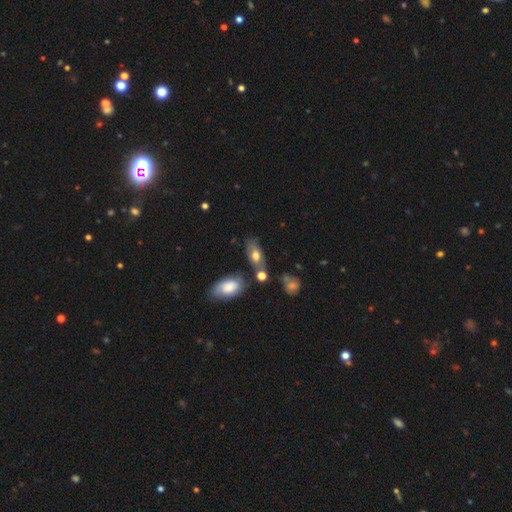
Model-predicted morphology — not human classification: Smooth or featured?
  - smooth: 64% *
  - featured or disk: 27%
  - star or artifact: 9%
How rounded?
  - in between: 84% *
  - cigar-shaped: 11%
  - round: 5%
Merging?
  - none: 63% *
  - minor disturbance: 19%
  - merger: 13%
  - major disturbance: 6%